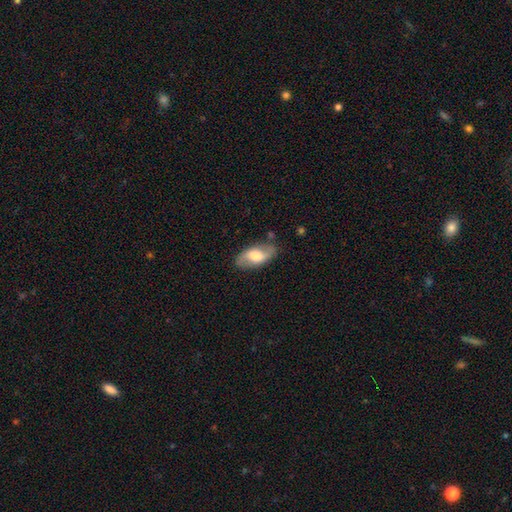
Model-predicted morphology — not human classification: Smooth or featured? smooth (47%, tied with featured or disk)
Merging? none (80%)